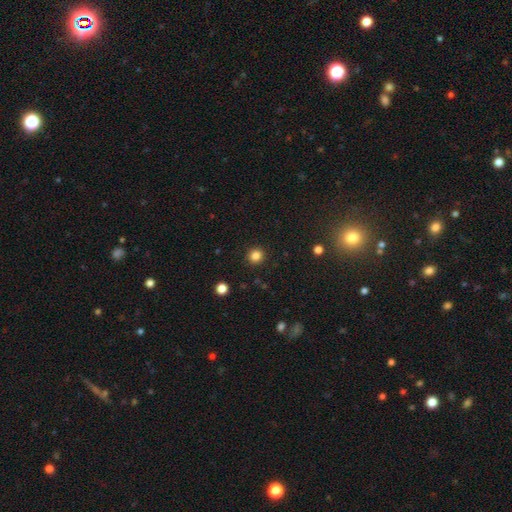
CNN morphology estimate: Smooth or featured?
  - smooth: 84% *
  - star or artifact: 12%
  - featured or disk: 4%
How rounded?
  - round: 92% *
  - in between: 7%
  - cigar-shaped: 1%
Merging?
  - none: 92% *
  - minor disturbance: 5%
  - major disturbance: 2%
  - merger: 1%